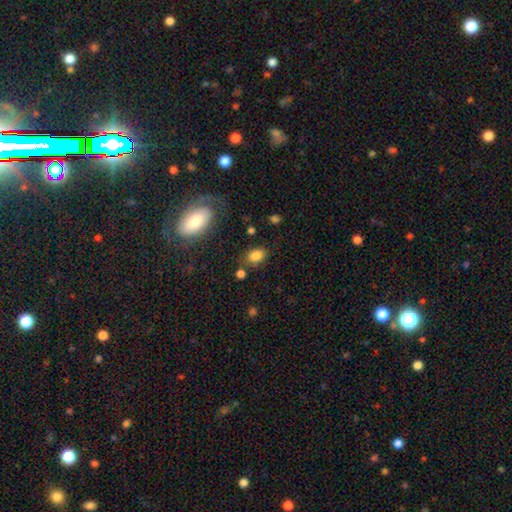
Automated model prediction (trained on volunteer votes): smooth-or-featured: smooth: 83% | star or artifact: 10% | featured or disk: 7%
  how-rounded: in between: 81% | round: 18% | cigar-shaped: 2%
  merging: none: 74% | minor disturbance: 15% | merger: 6% | major disturbance: 5%